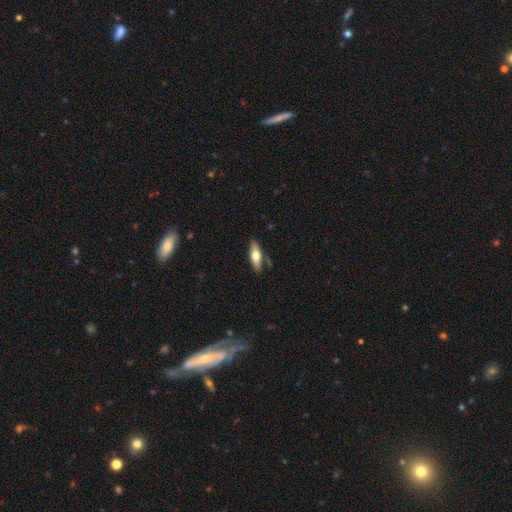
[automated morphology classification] smooth_or_featured: smooth (p=0.59) [alt: featured or disk p=0.35]
how_rounded: in between (p=0.54) [alt: cigar-shaped p=0.44]
merging: none (p=0.81) [alt: minor disturbance p=0.13]